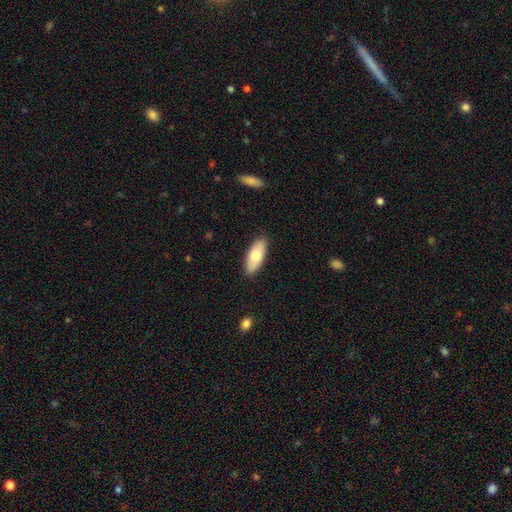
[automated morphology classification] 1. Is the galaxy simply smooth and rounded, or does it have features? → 72% smooth, 22% featured or disk, 6% star or artifact.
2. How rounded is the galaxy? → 82% in between, 16% cigar-shaped, 2% round.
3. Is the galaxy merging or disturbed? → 89% none, 8% minor disturbance, 2% major disturbance, 1% merger.